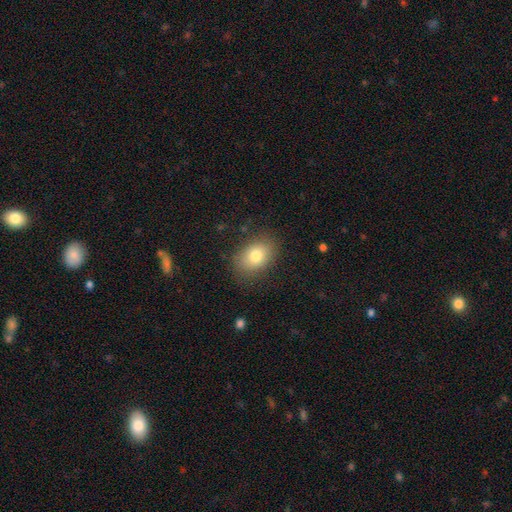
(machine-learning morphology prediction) The model was most divided on "how rounded": in between: 79%, round: 20%, cigar-shaped: 1%. More confident: merging — none (82%); smooth or featured — smooth (79%).